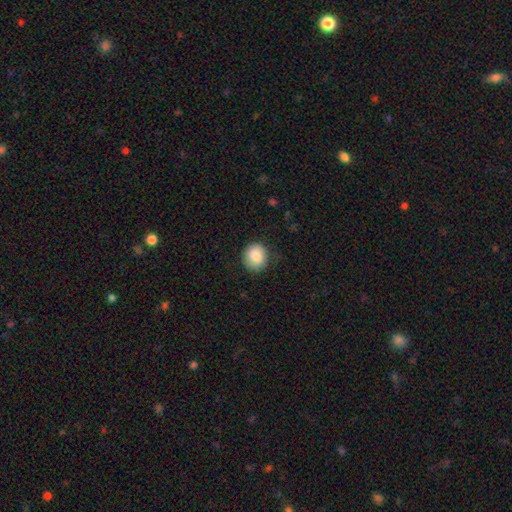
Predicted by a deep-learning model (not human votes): Smooth or featured? smooth (85%)
How rounded? round (83%)
Merging? none (80%)